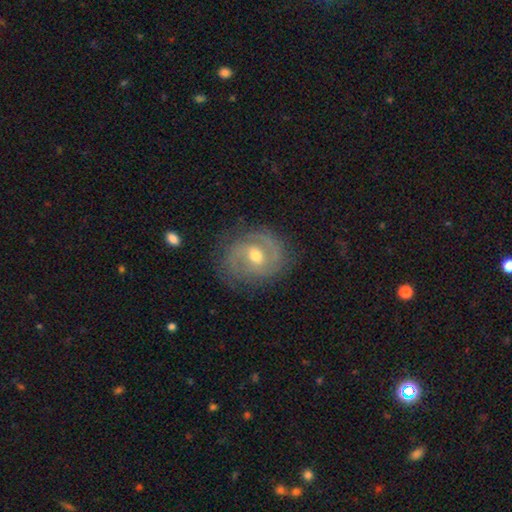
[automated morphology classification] Q: Smooth or featured?
A: featured or disk (79%); runner-up: smooth (14%)
Q: Edge-on disk?
A: no (97%); runner-up: yes (3%)
Q: Bar?
A: weak (48%); runner-up: no (38%)
Q: Spiral arms?
A: yes (91%); runner-up: no (9%)
Q: Spiral winding?
A: tight (48%); runner-up: medium (40%)
Q: Spiral arm count?
A: 2 (57%); runner-up: can't tell (19%)
Q: Bulge size?
A: moderate (68%); runner-up: small (27%)
Q: Merging?
A: none (74%); runner-up: minor disturbance (17%)